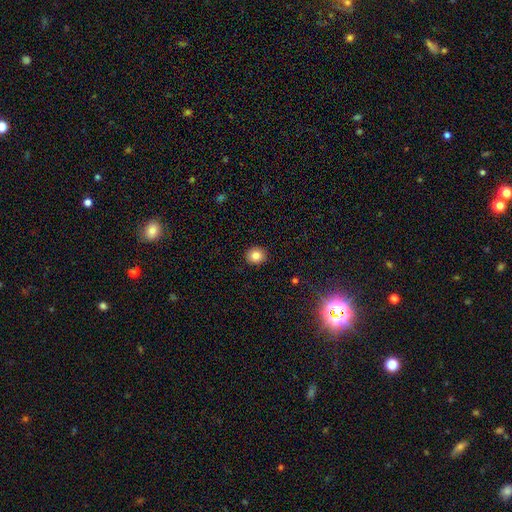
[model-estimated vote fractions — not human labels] Q: Smooth or featured?
A: smooth (83%); runner-up: star or artifact (11%)
Q: How rounded?
A: round (82%); runner-up: in between (17%)
Q: Merging?
A: none (91%); runner-up: minor disturbance (6%)